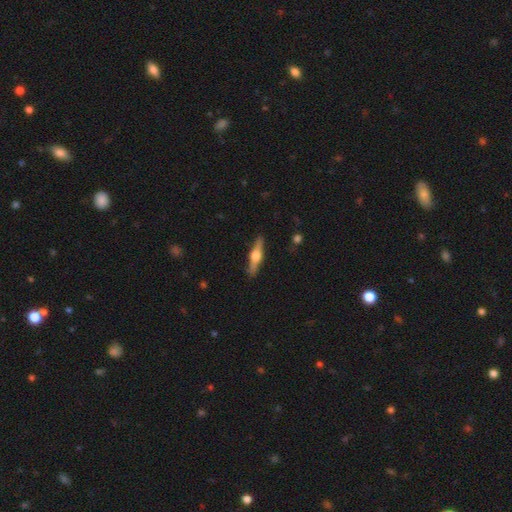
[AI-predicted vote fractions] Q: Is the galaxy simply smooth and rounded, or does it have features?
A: featured or disk — 68%.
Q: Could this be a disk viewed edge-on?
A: yes — 97%.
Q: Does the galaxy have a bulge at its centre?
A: rounded — 95%.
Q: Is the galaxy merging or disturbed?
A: none — 90%.